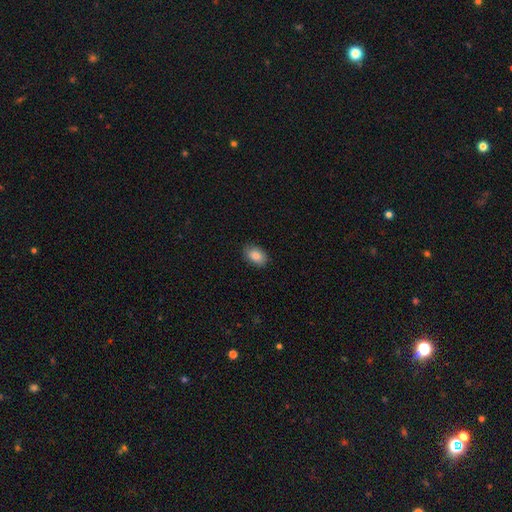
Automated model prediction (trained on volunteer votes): smooth_or_featured: smooth (p=0.86) [alt: star or artifact p=0.07]
how_rounded: in between (p=0.88) [alt: round p=0.11]
merging: none (p=0.87) [alt: minor disturbance p=0.10]